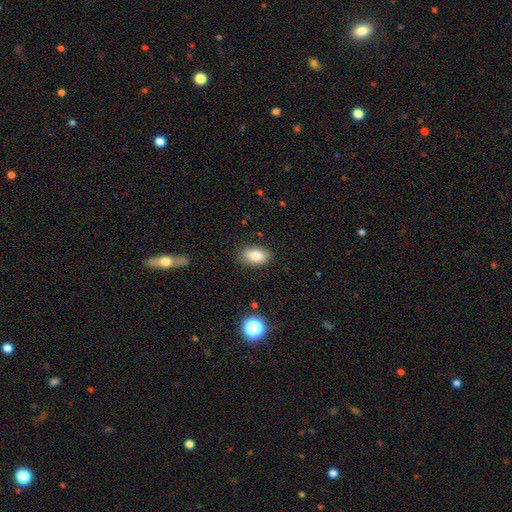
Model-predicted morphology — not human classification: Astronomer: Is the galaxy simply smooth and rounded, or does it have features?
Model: smooth — 85%.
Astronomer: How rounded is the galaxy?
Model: in between — 91%.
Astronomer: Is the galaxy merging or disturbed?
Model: none — 84%.